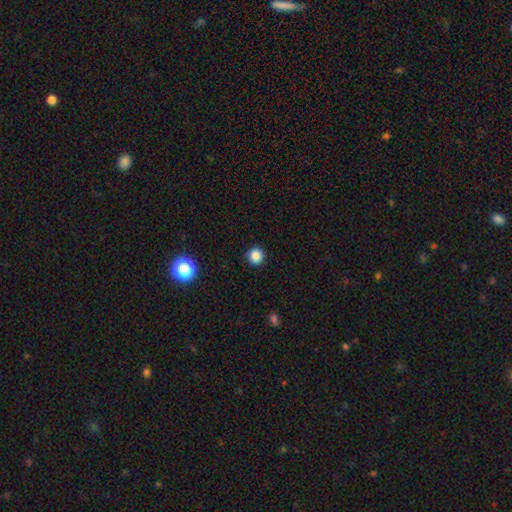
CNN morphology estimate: Smooth or featured: smooth — 85% (star or artifact — 12%)
How rounded: round — 95% (in between — 5%)
Merging: none — 92% (minor disturbance — 5%)